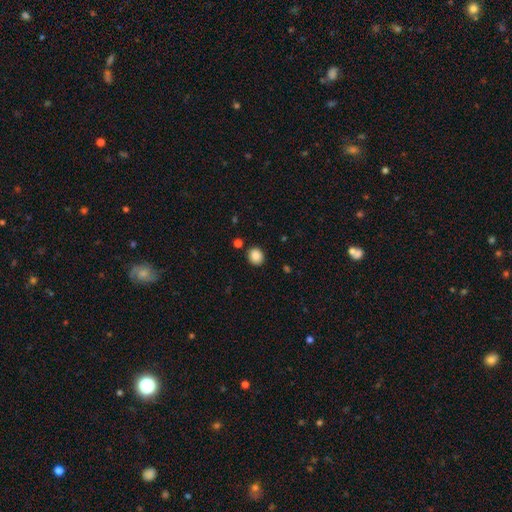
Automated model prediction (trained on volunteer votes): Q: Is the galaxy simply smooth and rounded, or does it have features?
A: smooth — 87%.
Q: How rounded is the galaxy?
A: round — 73%.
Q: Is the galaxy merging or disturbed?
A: none — 87%.